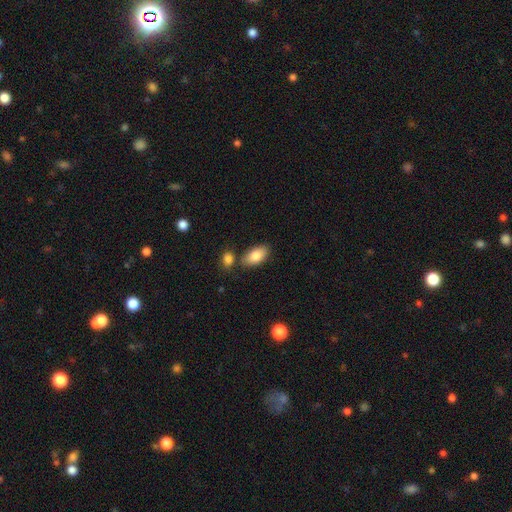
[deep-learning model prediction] Overall: smooth (83%). How rounded: in between (93%). Merging: none (74%).